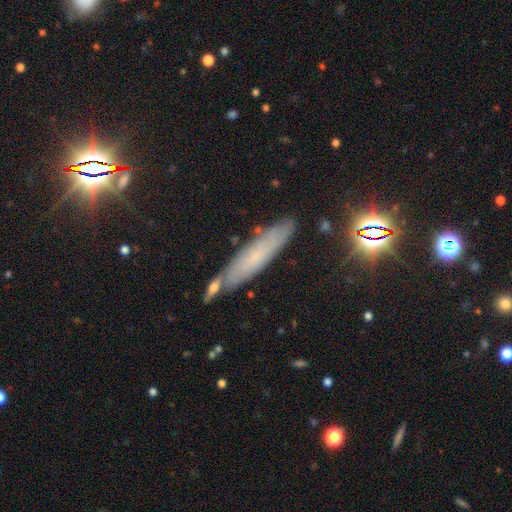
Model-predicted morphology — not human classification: type=smooth (49%); merging=none (78%).